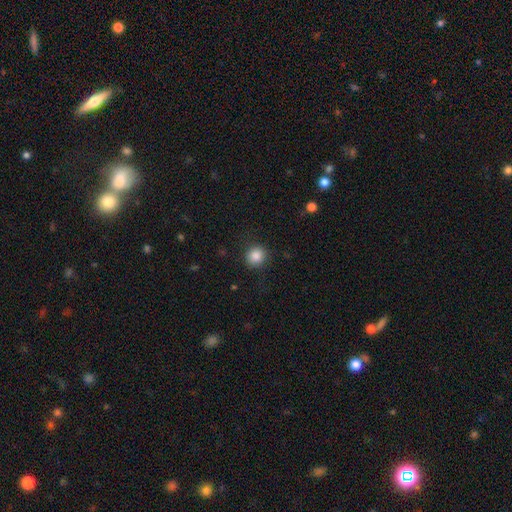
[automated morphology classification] type=smooth (86%); roundness=round (88%); merging=none (88%).